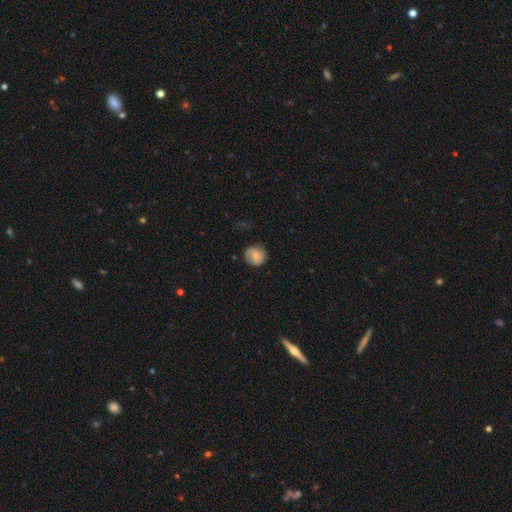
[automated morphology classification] A smooth galaxy with no disk features (72%) that is round (86%). Merging: none (77%).